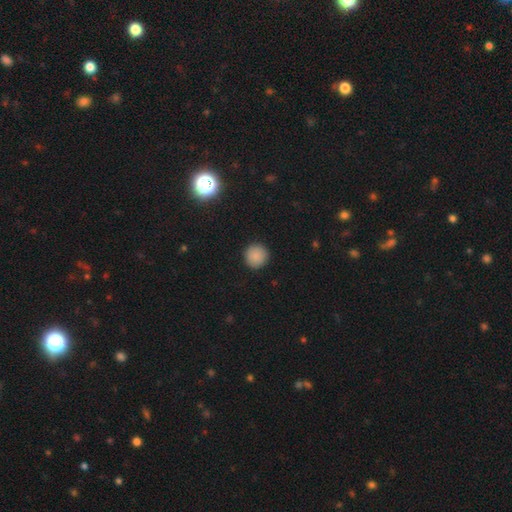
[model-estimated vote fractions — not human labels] A smooth galaxy with no disk features (87%) that is round (95%). Merging: none (92%).